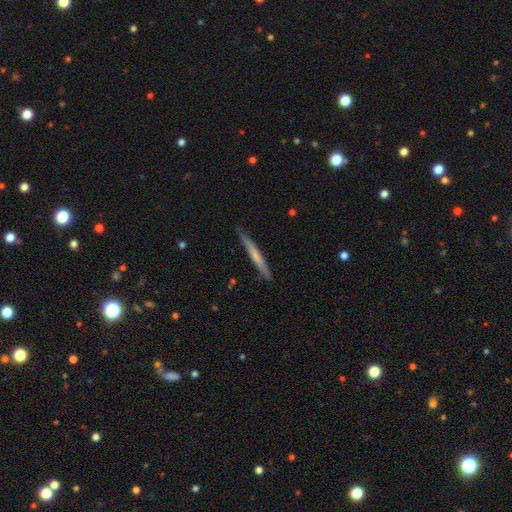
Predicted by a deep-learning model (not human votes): The model was most divided on "smooth or featured": smooth: 57%, featured or disk: 38%, star or artifact: 5%. More confident: how rounded — cigar-shaped (97%); merging — none (86%).